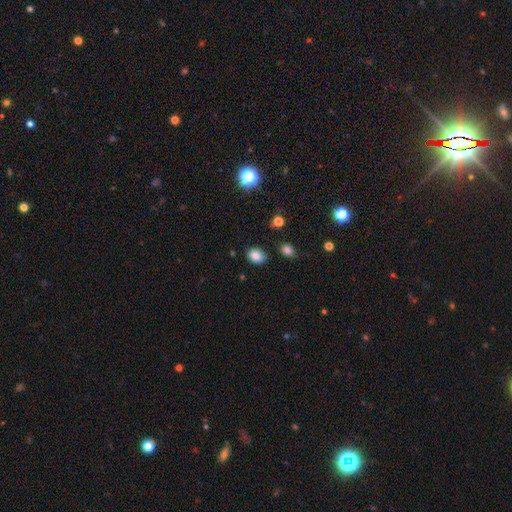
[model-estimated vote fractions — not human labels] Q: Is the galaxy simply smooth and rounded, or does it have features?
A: smooth — 84%.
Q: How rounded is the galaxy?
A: in between — 66%.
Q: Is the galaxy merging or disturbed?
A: none — 82%.